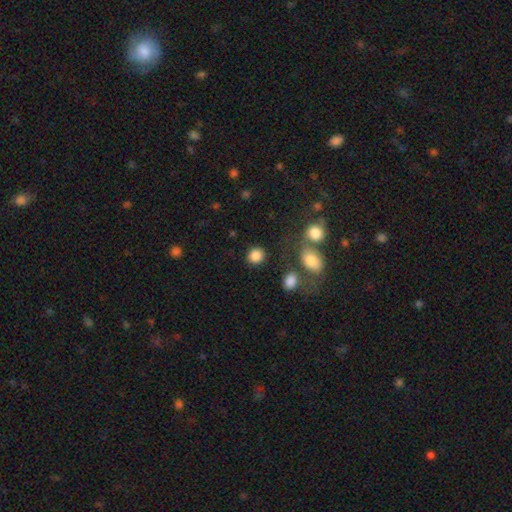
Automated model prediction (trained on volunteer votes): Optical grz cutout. It shows a smooth galaxy with no disk features (86%) that is round (82%). Merging: none (82%).